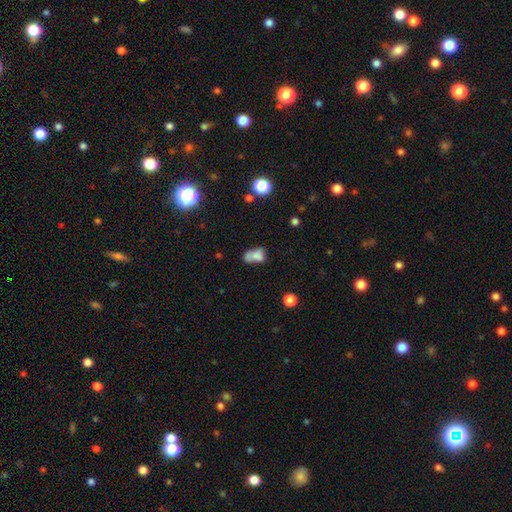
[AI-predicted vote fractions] The model was most divided on "merging": merger: 42%, none: 28%, minor disturbance: 18%, major disturbance: 12%. More confident: how rounded — in between (75%); smooth or featured — smooth (69%).